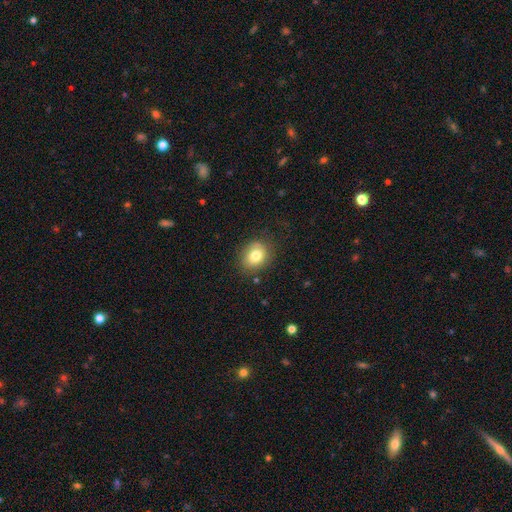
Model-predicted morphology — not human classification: Smooth or featured? Predicted: smooth (p=0.78). How rounded? Predicted: round (p=0.58). Merging? Predicted: none (p=0.78).